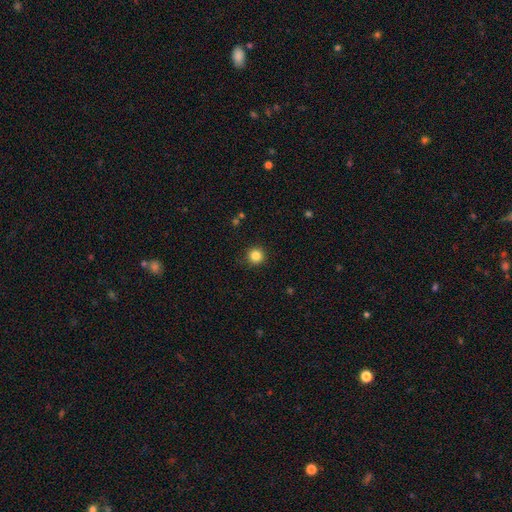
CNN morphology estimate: Smooth or featured? smooth (85%)
How rounded? round (96%)
Merging? none (90%)